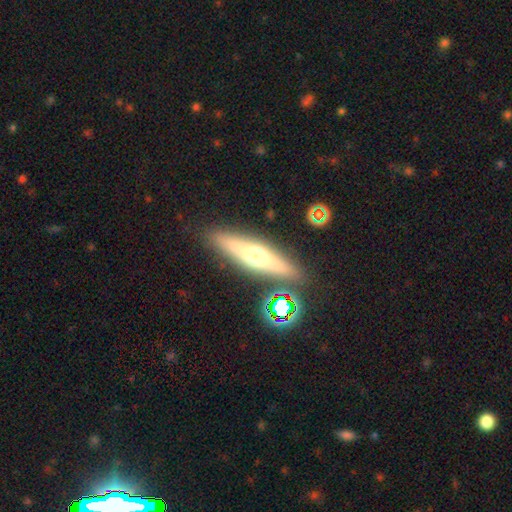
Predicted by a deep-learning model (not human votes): Smooth or featured? Predicted: featured or disk (p=0.54). Edge-on disk? Predicted: yes (p=0.90). Merging? Predicted: none (p=0.86).